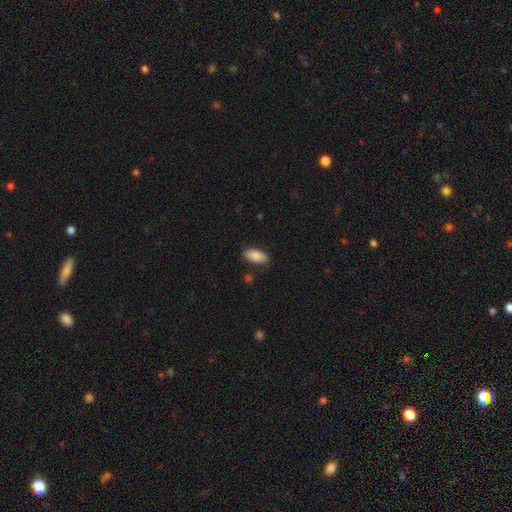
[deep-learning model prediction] smooth 86%, featured or disk 8%, star or artifact 7%. Down the decision tree: how rounded — in between (92%); merging — none (83%).